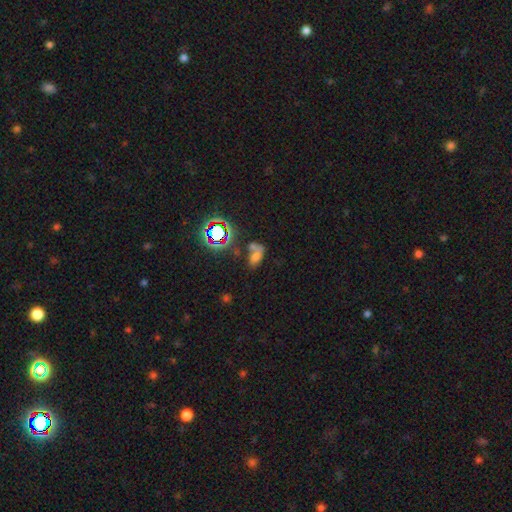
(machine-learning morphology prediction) The model was most divided on "merging": none: 34%, merger: 33%, minor disturbance: 17%, major disturbance: 16%. Remaining: smooth or featured — smooth (44%).